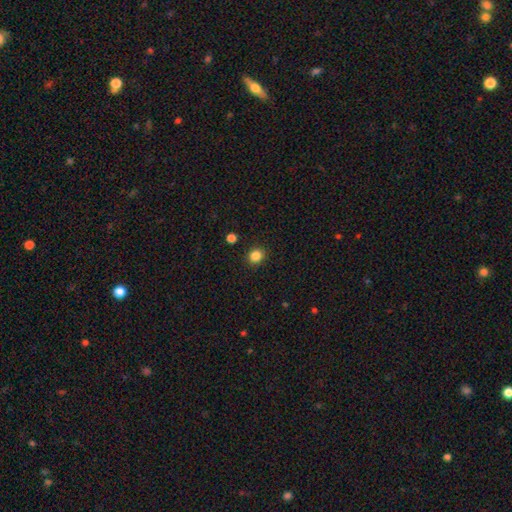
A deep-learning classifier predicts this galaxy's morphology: This is clearly a smooth galaxy (85%). How rounded: clearly round (83%). Merging: clearly none (90%).